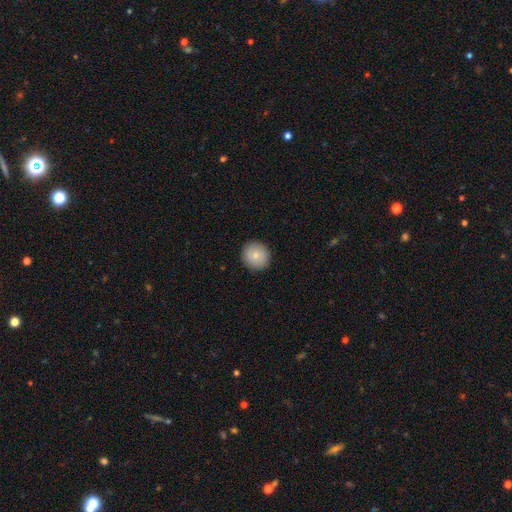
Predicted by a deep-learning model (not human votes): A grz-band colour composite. It shows a smooth galaxy with no disk features (80%) that is round (92%). Merging: none (91%).